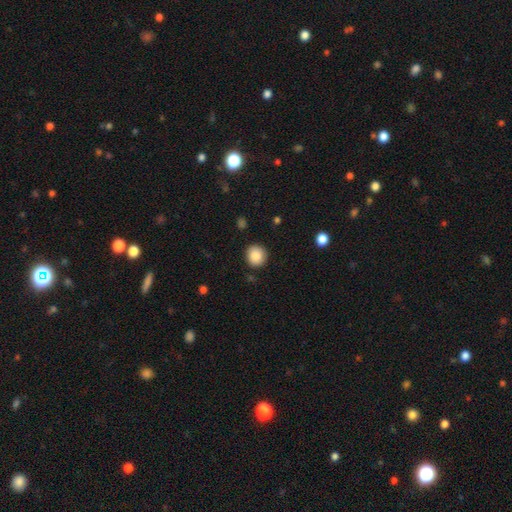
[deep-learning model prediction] This appears to be a smooth galaxy with no disk features (88%) that is round (87%). Merging: none (88%).